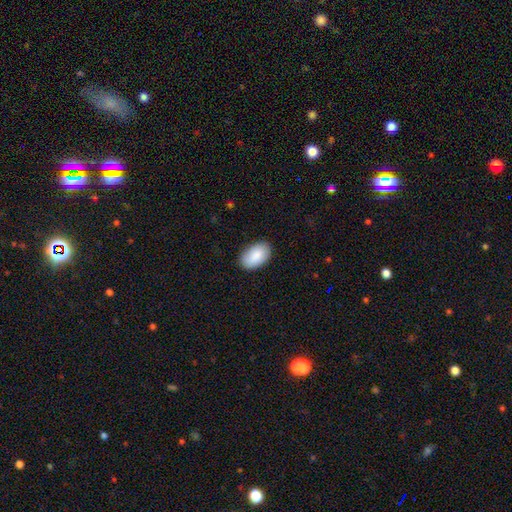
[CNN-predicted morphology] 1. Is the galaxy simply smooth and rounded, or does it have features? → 89% smooth, 6% star or artifact, 6% featured or disk.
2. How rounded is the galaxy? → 94% in between, 5% round, 1% cigar-shaped.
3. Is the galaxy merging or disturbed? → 85% none, 12% minor disturbance, 2% major disturbance, 1% merger.